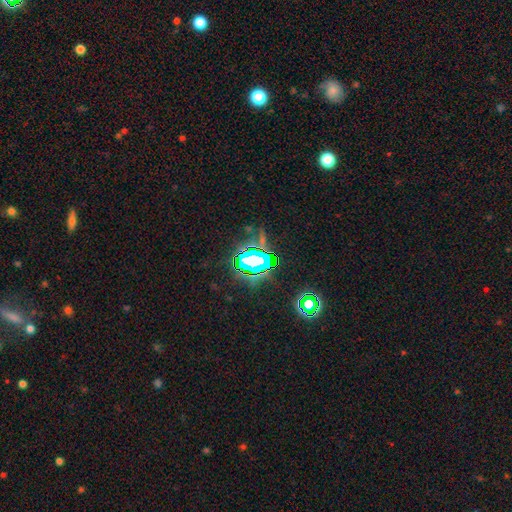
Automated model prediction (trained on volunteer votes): smooth_or_featured: star or artifact (p=0.67) [alt: smooth p=0.18]